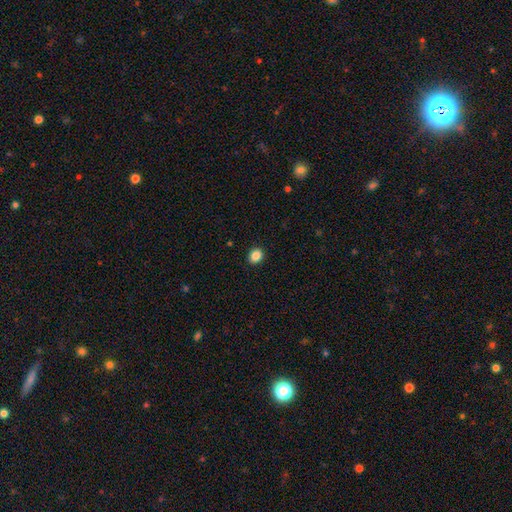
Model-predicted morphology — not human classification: A smooth galaxy with no disk features (87%) that is round (58%).

Vote fractions:
- Smooth or featured? smooth: 87% / star or artifact: 9% / featured or disk: 4%
- How rounded? round: 58% / in between: 41% / cigar-shaped: 1%
- Merging? none: 91% / minor disturbance: 6% / major disturbance: 2% / merger: 1%